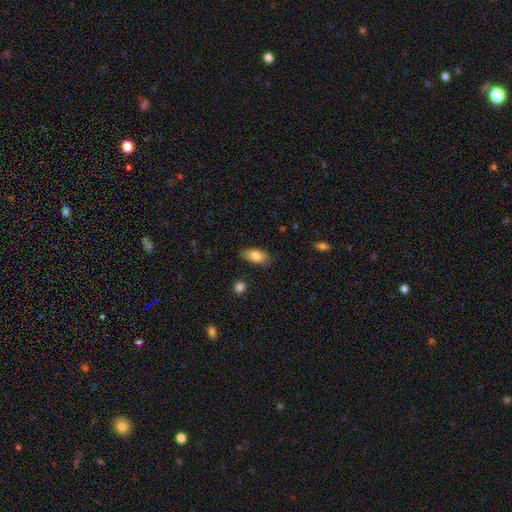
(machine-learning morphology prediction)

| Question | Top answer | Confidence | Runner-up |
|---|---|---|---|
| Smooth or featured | smooth | 85% | featured or disk (8%) |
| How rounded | in between | 88% | cigar-shaped (9%) |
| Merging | none | 81% | minor disturbance (15%) |